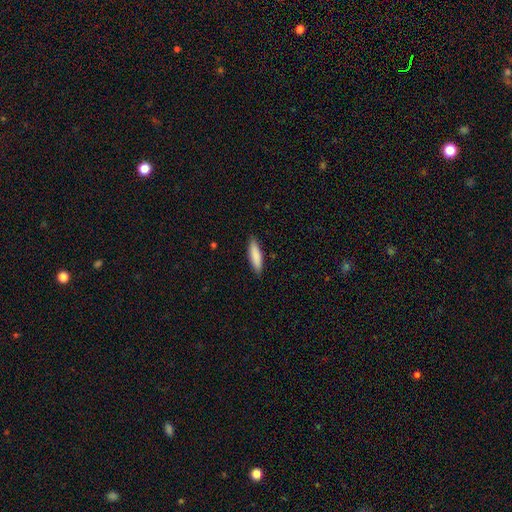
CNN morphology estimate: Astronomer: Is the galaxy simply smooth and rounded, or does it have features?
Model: smooth — 87%.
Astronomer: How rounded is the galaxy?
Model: cigar-shaped — 66%.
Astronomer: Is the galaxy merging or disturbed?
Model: none — 88%.